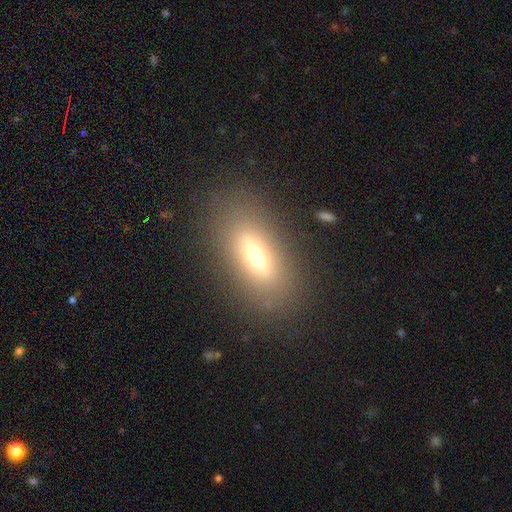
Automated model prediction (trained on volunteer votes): The model was most divided on "smooth or featured": smooth: 56%, featured or disk: 32%, star or artifact: 12%. More confident: merging — none (84%); how rounded — in between (70%).